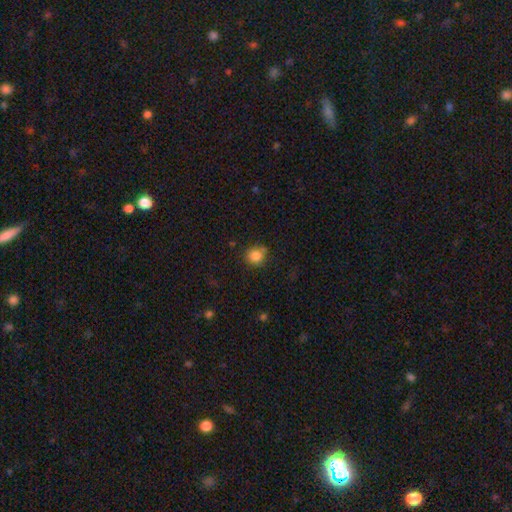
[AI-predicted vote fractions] Morphology: type=smooth (83%); roundness=round (85%); merging=none (70%).